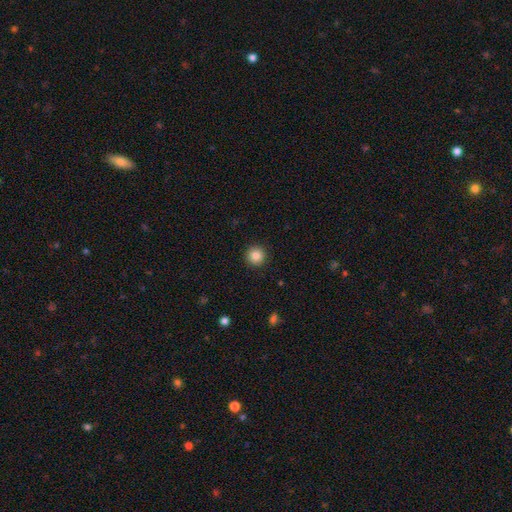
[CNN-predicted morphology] smooth-or-featured: smooth: 85% | star or artifact: 10% | featured or disk: 5%
  how-rounded: round: 96% | in between: 3% | cigar-shaped: 1%
  merging: none: 93% | minor disturbance: 5% | major disturbance: 2% | merger: 1%